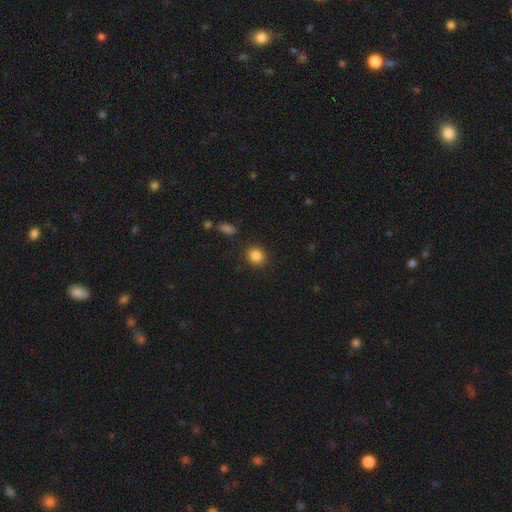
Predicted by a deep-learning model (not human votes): The model was most divided on "how rounded": round: 82%, in between: 17%, cigar-shaped: 1%. More confident: merging — none (88%); smooth or featured — smooth (85%).